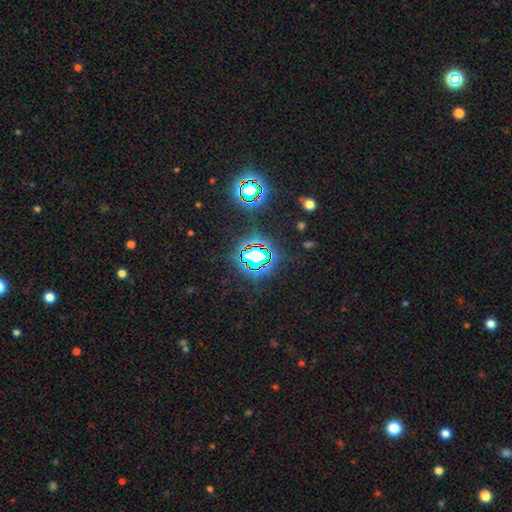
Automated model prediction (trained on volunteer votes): A star or artifact, not a galaxy (72%).

Vote fractions:
- Smooth or featured? star or artifact: 72% / smooth: 17% / featured or disk: 11%